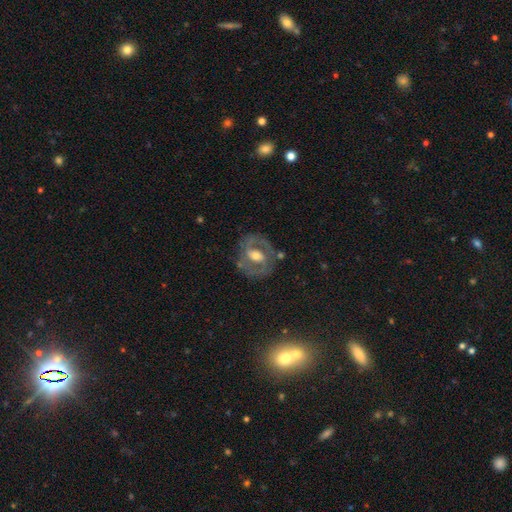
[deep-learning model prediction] Smooth or featured: featured or disk — 76% (smooth — 18%)
Edge-on disk: no — 96% (yes — 4%)
Bar: weak — 42% (no — 30%)
Spiral arms: yes — 72% (no — 28%)
Spiral winding: medium — 49% (tight — 35%)
Spiral arm count: 2 — 81% (can't tell — 10%)
Bulge size: moderate — 68% (small — 21%)
Merging: none — 73% (minor disturbance — 16%)